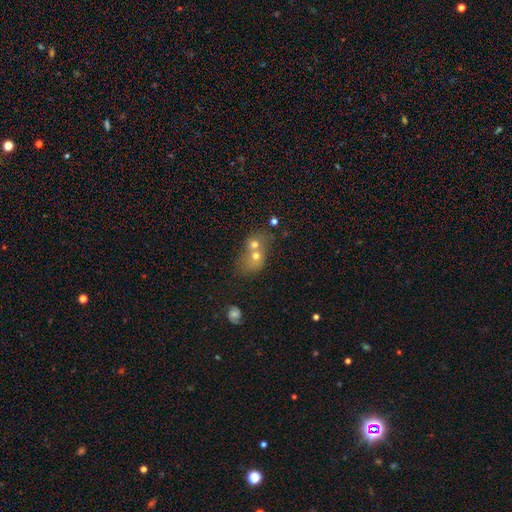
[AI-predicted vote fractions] A smooth galaxy with no disk features (58%) that is round (53%).

Vote fractions:
- Smooth or featured? smooth: 58% / featured or disk: 25% / star or artifact: 16%
- How rounded? round: 53% / in between: 45% / cigar-shaped: 2%
- Merging? merger: 66% / none: 23% / minor disturbance: 7% / major disturbance: 4%